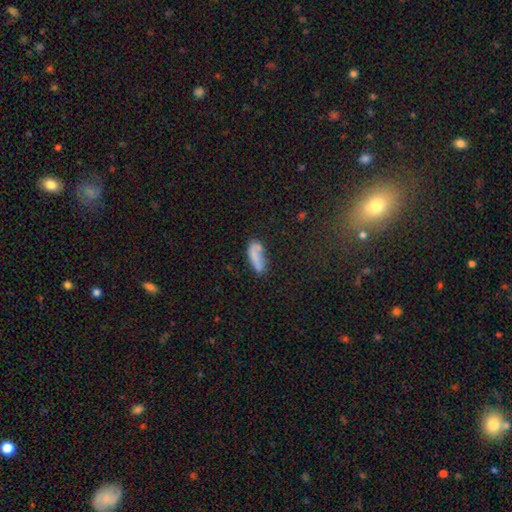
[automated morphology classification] A smooth galaxy with no disk features (73%) that is in between round and cigar-shaped (62%). Merging: none (50%).